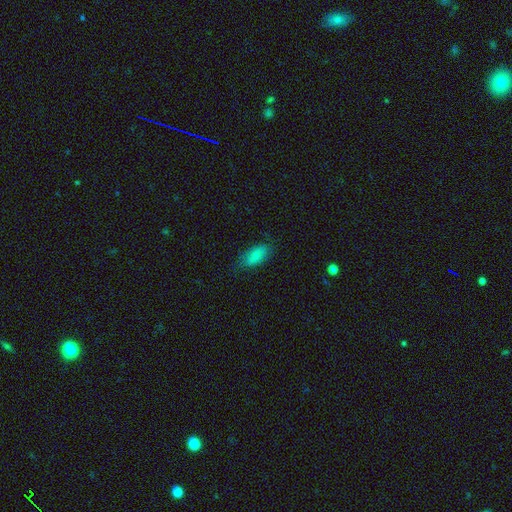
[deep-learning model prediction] Morphology: type=smooth (81%); roundness=in between (89%); merging=none (71%).